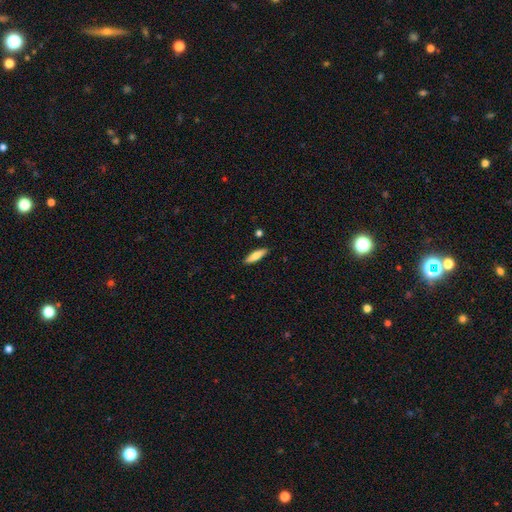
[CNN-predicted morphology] smooth 79%, featured or disk 15%, star or artifact 6%. Down the decision tree: how rounded — cigar-shaped (62%); merging — none (88%).